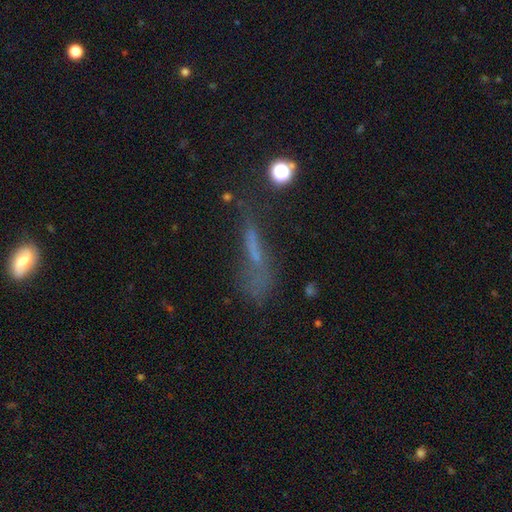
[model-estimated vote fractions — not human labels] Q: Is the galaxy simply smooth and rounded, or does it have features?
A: smooth — 37%.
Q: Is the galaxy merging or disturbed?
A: none — 38%.